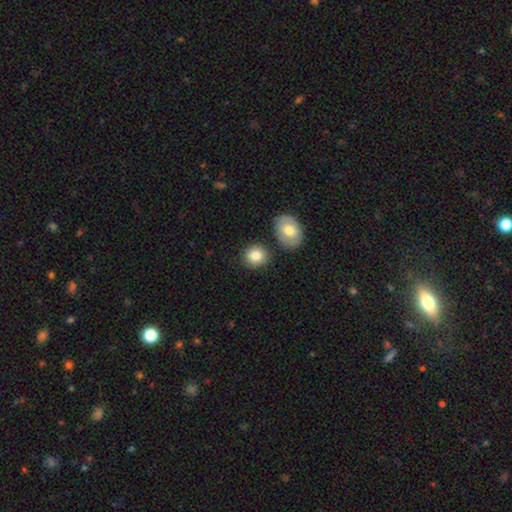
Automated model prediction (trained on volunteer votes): This is clearly a smooth galaxy (84%). How rounded: likely round (79%). Merging: likely none (79%).